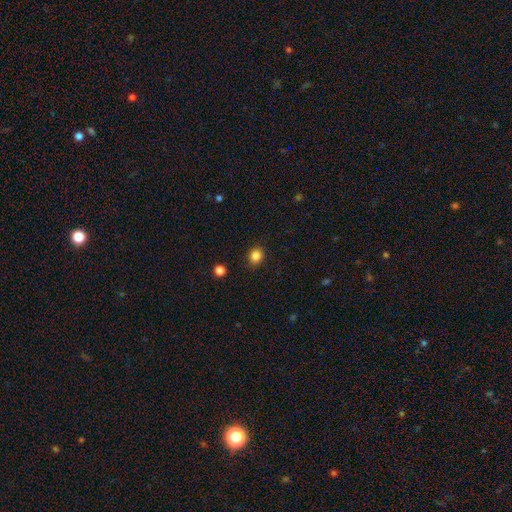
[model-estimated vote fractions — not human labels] This appears to be a smooth galaxy with no disk features (84%) that is round (72%). Merging: none (89%).